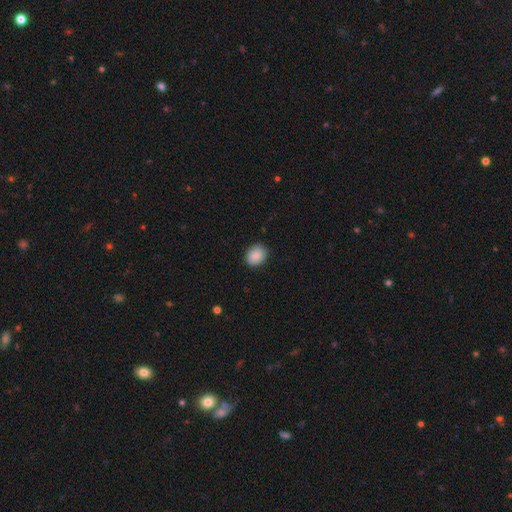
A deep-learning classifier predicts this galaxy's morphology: smooth 85%, star or artifact 8%, featured or disk 8%. Down the decision tree: how rounded — round (67%); merging — none (86%).